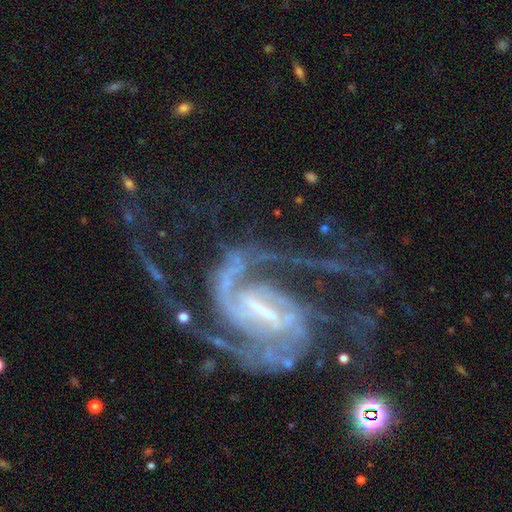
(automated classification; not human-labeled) featured or disk 92%, star or artifact 5%, smooth 3%. Down the decision tree: edge-on disk — no (98%); bar — strong (51%); spiral arms — yes (98%); spiral arm count — 2 (69%); spiral winding — medium (53%); bulge size — small (51%); merging — none (44%).